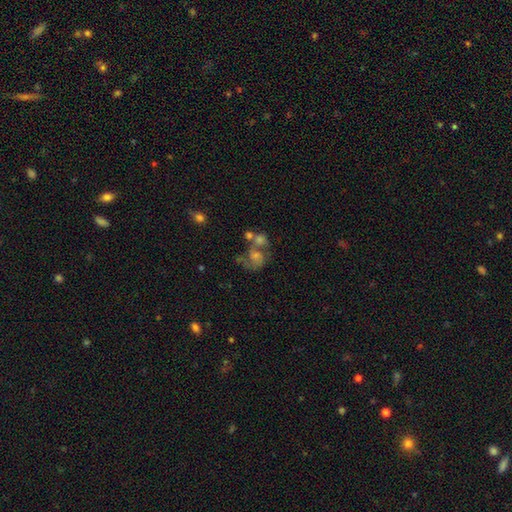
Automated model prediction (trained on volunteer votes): Overall: featured or disk (49%; smooth 30%). Merging: merger (38%; none 35%).